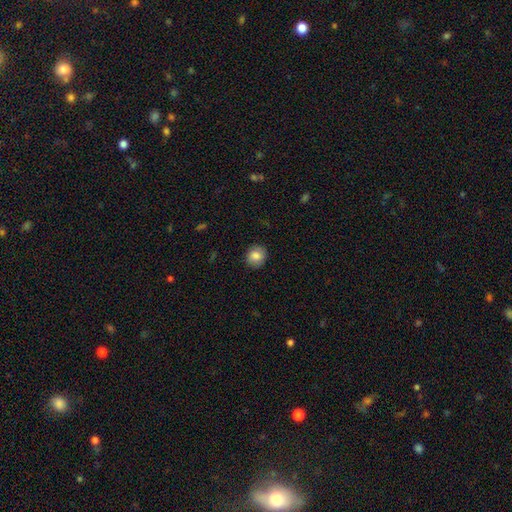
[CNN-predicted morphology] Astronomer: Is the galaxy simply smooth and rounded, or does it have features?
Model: smooth — 83%.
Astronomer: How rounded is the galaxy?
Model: round — 84%.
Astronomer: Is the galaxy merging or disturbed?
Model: none — 89%.